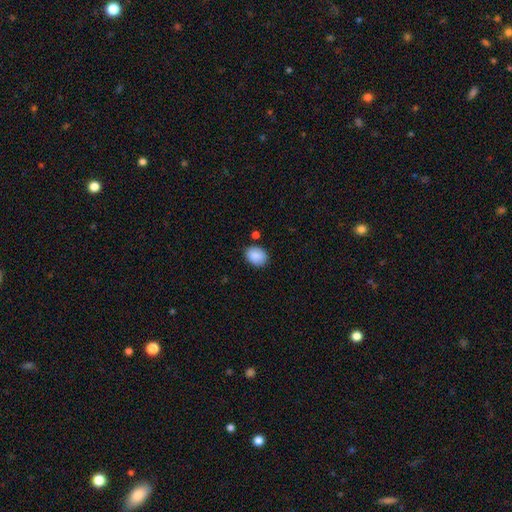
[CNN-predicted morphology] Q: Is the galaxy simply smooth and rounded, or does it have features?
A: smooth — 89%.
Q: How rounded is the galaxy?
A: in between — 57%.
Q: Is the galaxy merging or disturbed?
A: none — 80%.